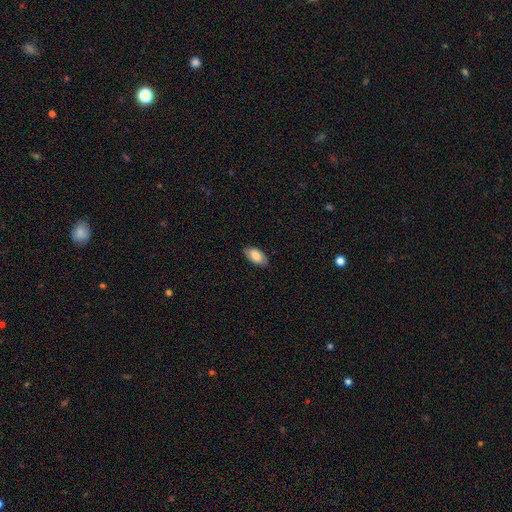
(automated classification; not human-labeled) This appears to be a smooth galaxy with no disk features (81%) that is in between round and cigar-shaped (94%). Merging: none (83%).